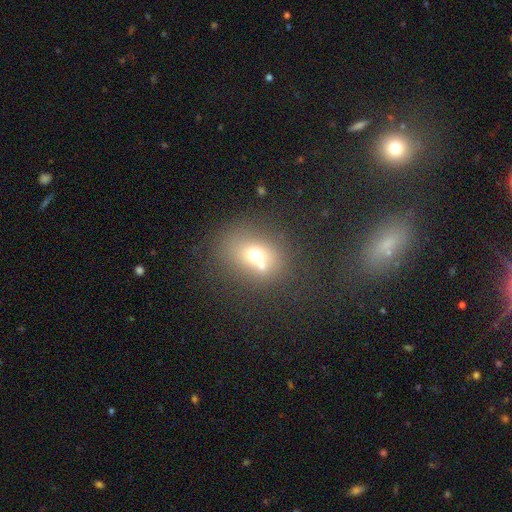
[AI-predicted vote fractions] A smooth galaxy with no disk features (64%) that is round (57%). Merging: none (44%).